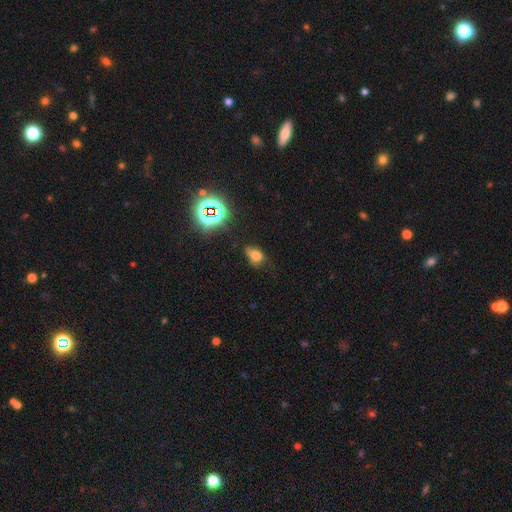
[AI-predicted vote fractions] smooth 65%, star or artifact 21%, featured or disk 13%. Down the decision tree: how rounded — in between (69%); merging — none (42%).